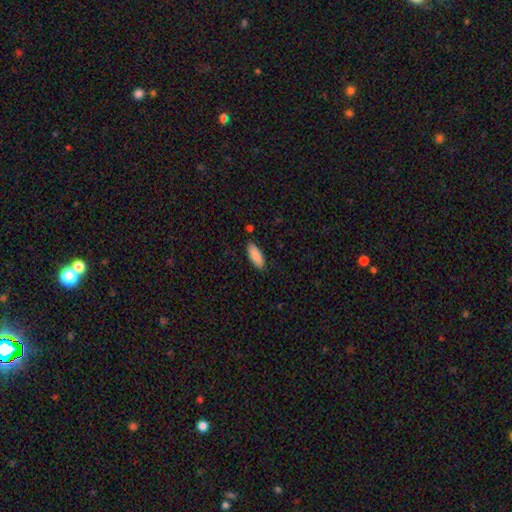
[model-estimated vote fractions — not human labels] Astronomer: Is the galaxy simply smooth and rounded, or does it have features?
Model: smooth — 89%.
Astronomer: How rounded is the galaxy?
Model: in between — 77%.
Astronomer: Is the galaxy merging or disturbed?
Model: none — 85%.